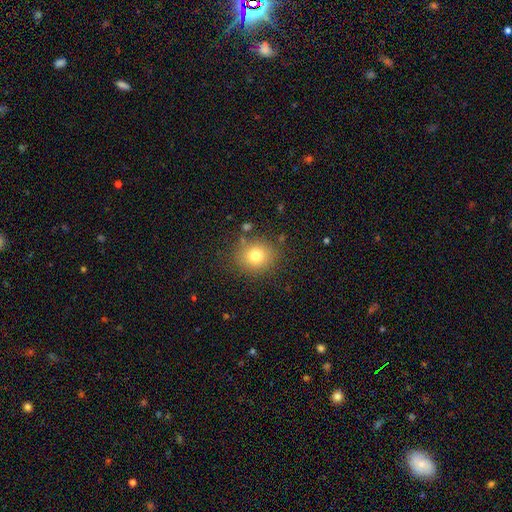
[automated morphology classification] Smooth or featured? Predicted: smooth (p=0.77). How rounded? Predicted: round (p=0.78). Merging? Predicted: none (p=0.83).